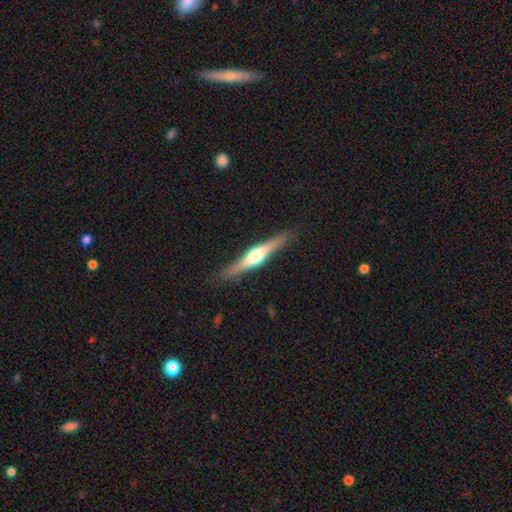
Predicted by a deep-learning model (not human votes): Smooth or featured? Predicted: featured or disk (p=0.70). Edge-on disk? Predicted: yes (p=0.96). Edge-on bulge? Predicted: rounded (p=0.91). Merging? Predicted: none (p=0.87).